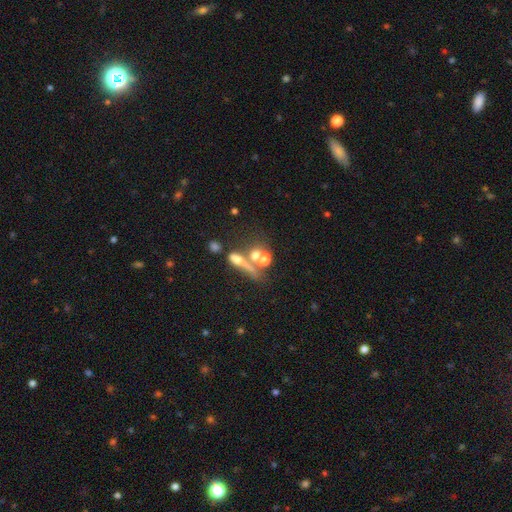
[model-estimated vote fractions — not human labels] Smooth or featured: smooth — 50% (featured or disk — 30%)
Merging: merger — 46% (none — 32%)